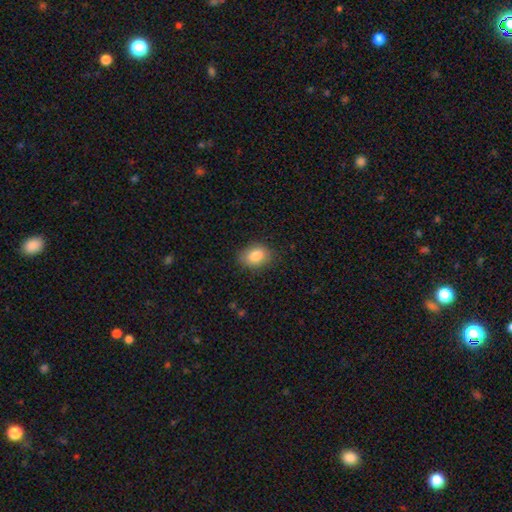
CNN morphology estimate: Q: Smooth or featured?
A: smooth (84%); runner-up: star or artifact (8%)
Q: How rounded?
A: in between (76%); runner-up: round (23%)
Q: Merging?
A: none (82%); runner-up: minor disturbance (14%)